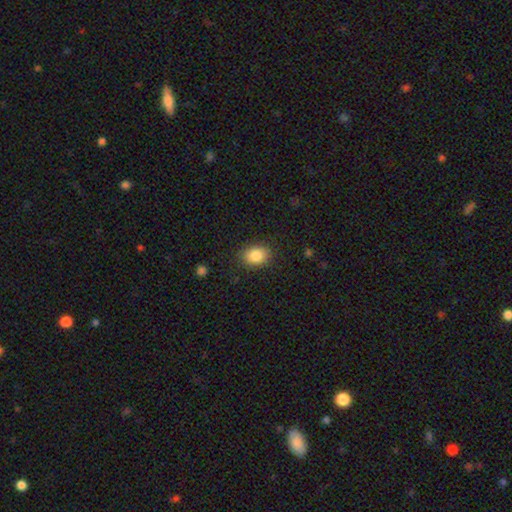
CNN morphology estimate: Smooth or featured?
  - smooth: 86% *
  - star or artifact: 9%
  - featured or disk: 5%
How rounded?
  - in between: 62% *
  - round: 37%
  - cigar-shaped: 1%
Merging?
  - none: 85% *
  - minor disturbance: 11%
  - major disturbance: 3%
  - merger: 1%